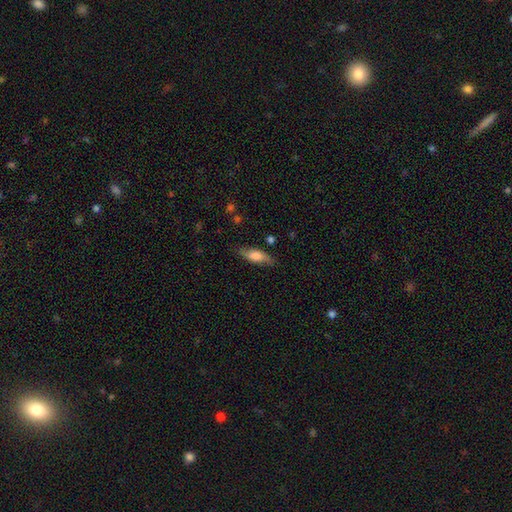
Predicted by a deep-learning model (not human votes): This is possibly a smooth galaxy (59%). How rounded: possibly in between (57%). Merging: likely none (77%).